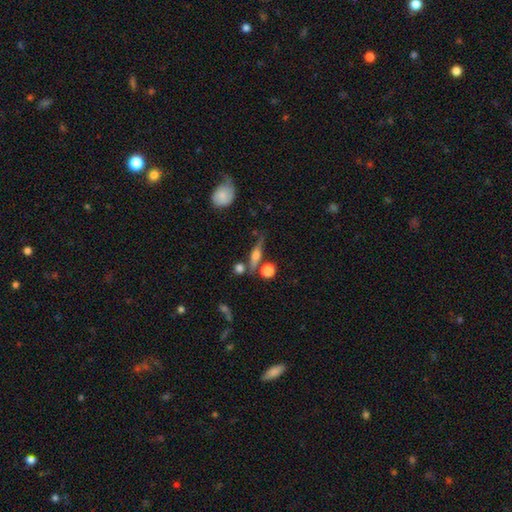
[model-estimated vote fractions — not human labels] A featured or disk galaxy (59%) viewed edge-on (93%) with a rounded central bulge (89%). Merging: none (72%).